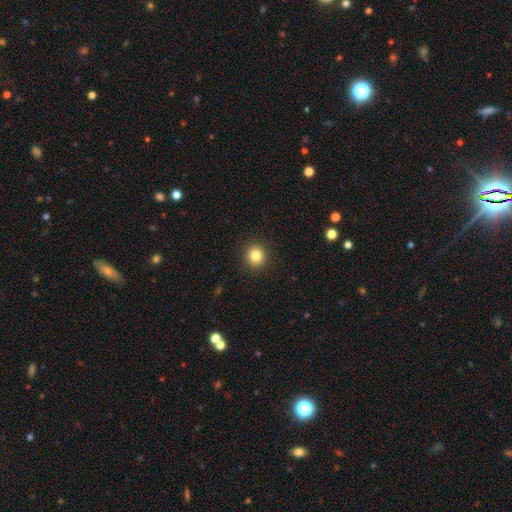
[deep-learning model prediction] Morphology: type=smooth (84%); roundness=round (89%); merging=none (92%).